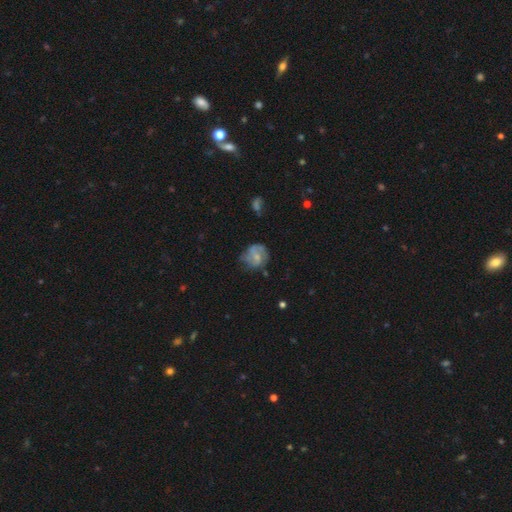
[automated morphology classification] Smooth or featured?
  - featured or disk: 56% *
  - smooth: 36%
  - star or artifact: 8%
Edge-on disk?
  - no: 98% *
  - yes: 2%
Bar?
  - no: 52% *
  - weak: 40%
  - strong: 8%
Spiral arms?
  - yes: 75% *
  - no: 25%
Bulge size?
  - small: 50% *
  - moderate: 32%
  - none: 15%
  - large: 2%
  - dominant: 1%
Merging?
  - none: 56% *
  - minor disturbance: 27%
  - major disturbance: 15%
  - merger: 3%